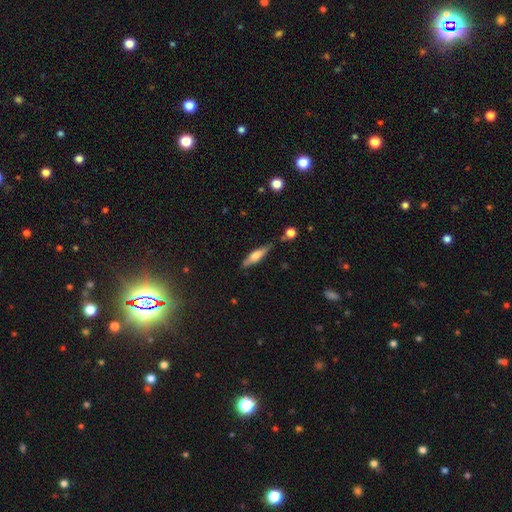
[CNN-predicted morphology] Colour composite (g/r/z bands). It shows a smooth galaxy with no disk features (51%) that is cigar-shaped (72%). Merging: none (66%).